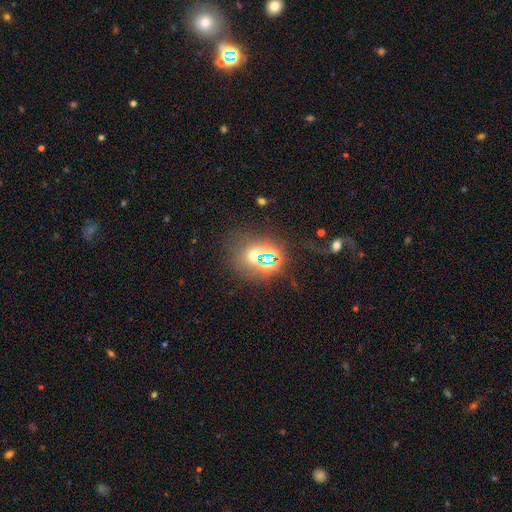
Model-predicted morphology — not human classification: Smooth or featured: star or artifact — 55% (smooth — 34%)